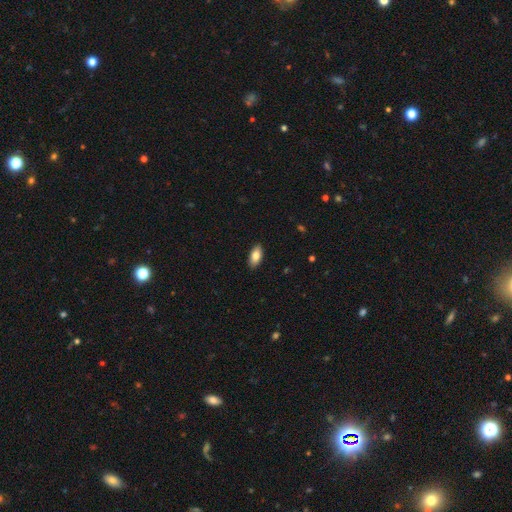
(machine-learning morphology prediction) Overall: smooth (81%). How rounded: in between (91%). Merging: none (89%).